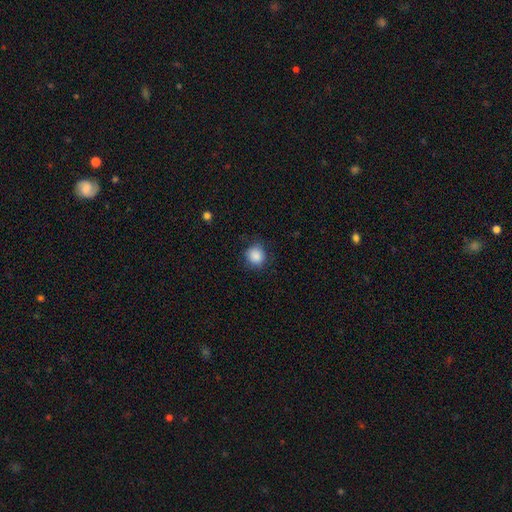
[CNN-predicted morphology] smooth_or_featured: smooth (p=0.88) [alt: star or artifact p=0.09]
how_rounded: round (p=0.85) [alt: in between p=0.14]
merging: none (p=0.83) [alt: minor disturbance p=0.13]